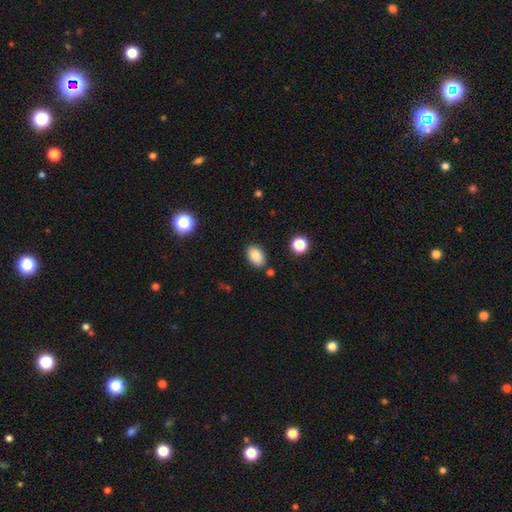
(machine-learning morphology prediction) The model was most divided on "merging": none: 83%, minor disturbance: 11%, merger: 4%, major disturbance: 3%. More confident: how rounded — in between (88%); smooth or featured — smooth (86%).